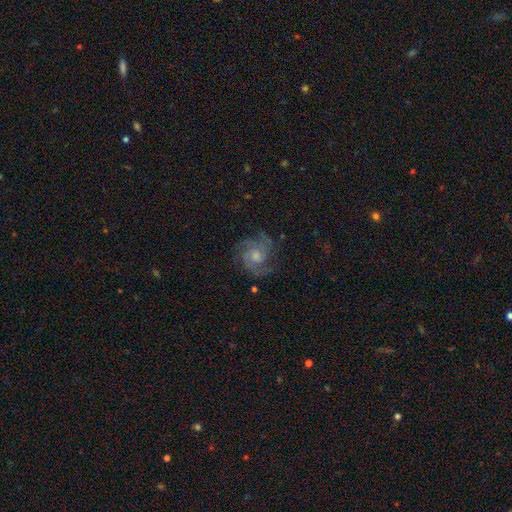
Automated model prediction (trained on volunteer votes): The model was most divided on "spiral winding": medium: 46%, tight: 45%, loose: 9%. Remaining: edge-on disk — no (98%); spiral arms — yes (97%); smooth or featured — featured or disk (85%); merging — none (77%); bar — no (67%); bulge size — moderate (55%); spiral arm count — 3 (45%).